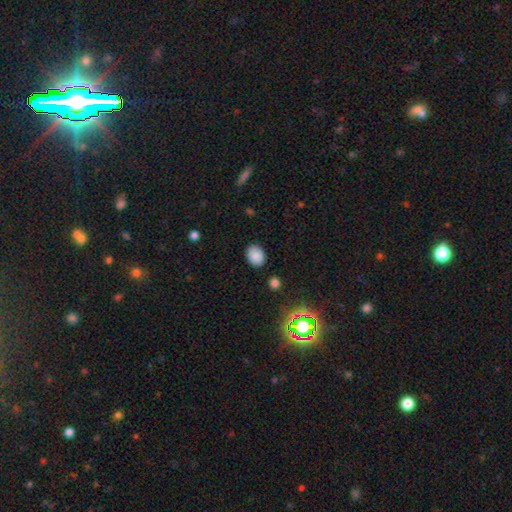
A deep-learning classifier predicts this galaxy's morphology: smooth_or_featured: smooth (p=0.86) [alt: star or artifact p=0.10]
how_rounded: in between (p=0.66) [alt: round p=0.33]
merging: none (p=0.86) [alt: minor disturbance p=0.10]